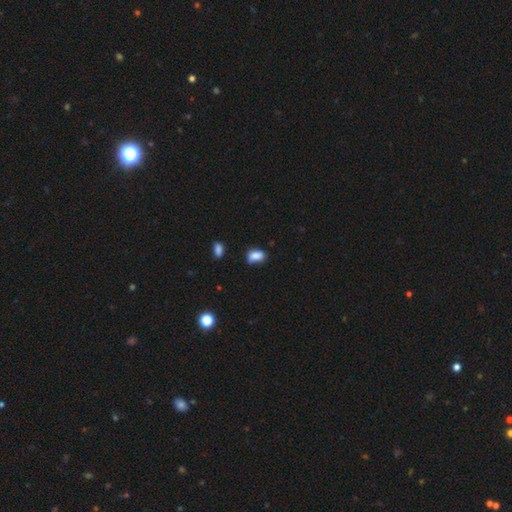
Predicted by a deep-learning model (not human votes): Morphology: type=smooth (83%); roundness=in between (84%); merging=none (52%).